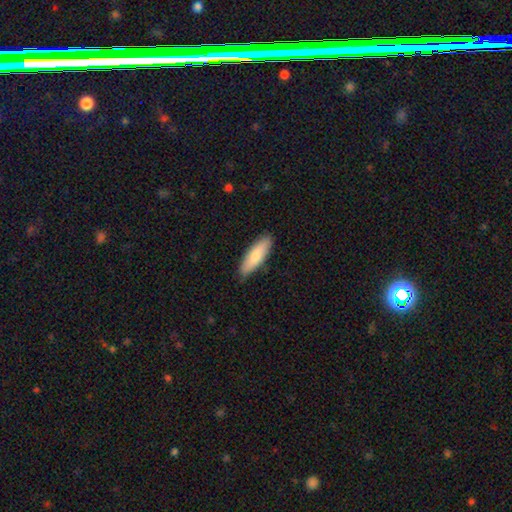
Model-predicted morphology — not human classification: The model was most divided on "how rounded": in between: 53%, cigar-shaped: 45%, round: 2%. More confident: merging — none (83%); smooth or featured — smooth (79%).